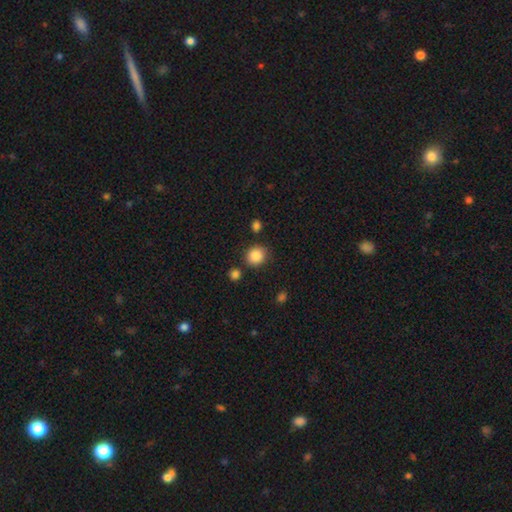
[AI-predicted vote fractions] Smooth or featured? Predicted: smooth (p=0.87). How rounded? Predicted: round (p=0.85). Merging? Predicted: none (p=0.81).